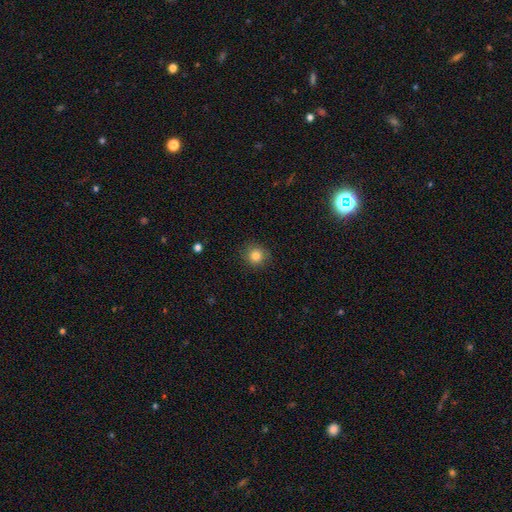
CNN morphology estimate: Smooth or featured? smooth (82%)
How rounded? round (92%)
Merging? none (87%)